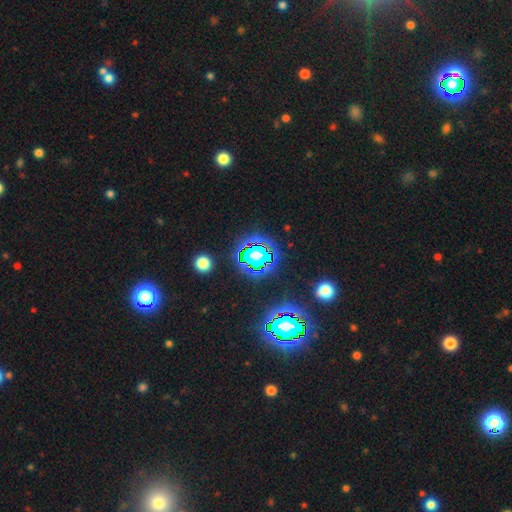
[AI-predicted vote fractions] This is likely a star or artifact rather than a galaxy (79%).